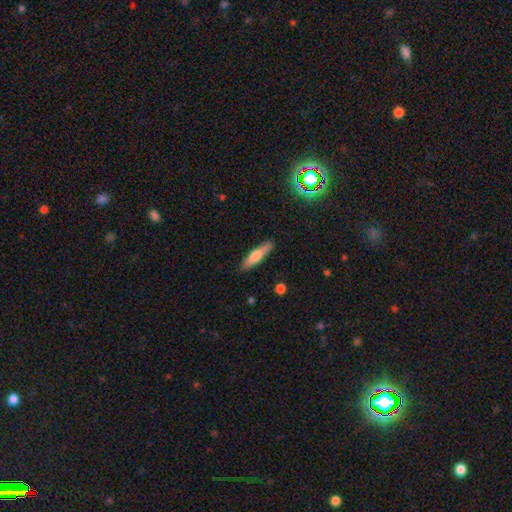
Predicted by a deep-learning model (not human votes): Smooth or featured? smooth (65%)
How rounded? cigar-shaped (80%)
Merging? none (86%)